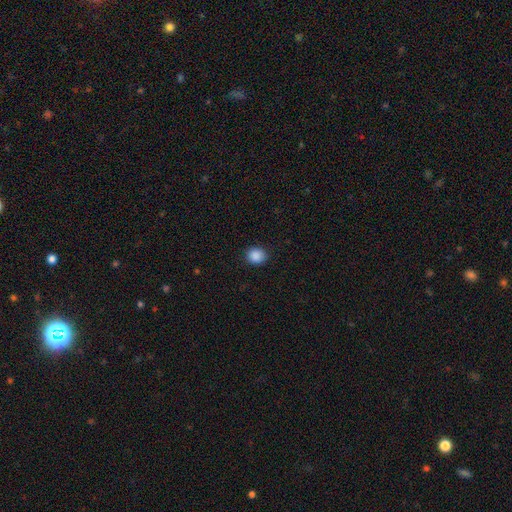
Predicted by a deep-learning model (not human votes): Morphology: type=smooth (89%); roundness=round (71%); merging=none (89%).